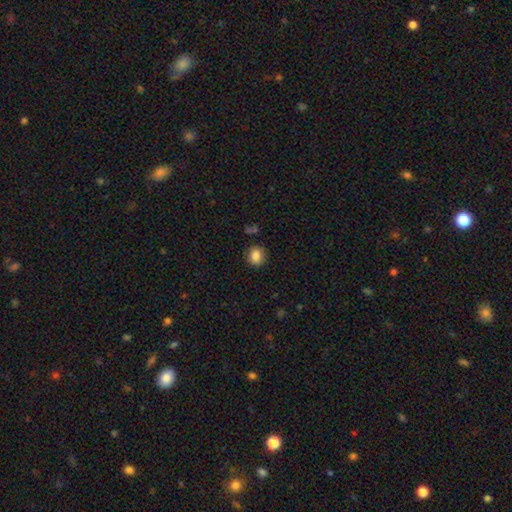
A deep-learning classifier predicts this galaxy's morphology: type=smooth (85%); roundness=round (73%); merging=none (85%).